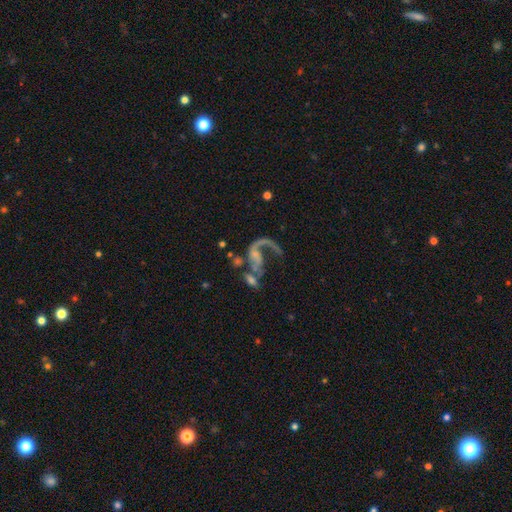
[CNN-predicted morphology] A featured or disk galaxy (76%) with no bar (63%), 1 (69%) loose (77%) spiral arms (76%) and a small central bulge (41%).

Vote fractions:
- Smooth or featured? featured or disk: 76% / smooth: 14% / star or artifact: 10%
- Edge-on disk? no: 97% / yes: 3%
- Bar? no: 63% / weak: 27% / strong: 10%
- Spiral arms? yes: 76% / no: 24%
- Spiral winding? loose: 77% / medium: 18% / tight: 5%
- Spiral arm count? 1: 69% / 2: 24% / can't tell: 4% / 3: 1% / 4: 1% / more than 4: 1%
- Bulge size? small: 41% / none: 39% / moderate: 15% / large: 3% / dominant: 2%
- Merging? major disturbance: 38% / merger: 30% / none: 23% / minor disturbance: 10%